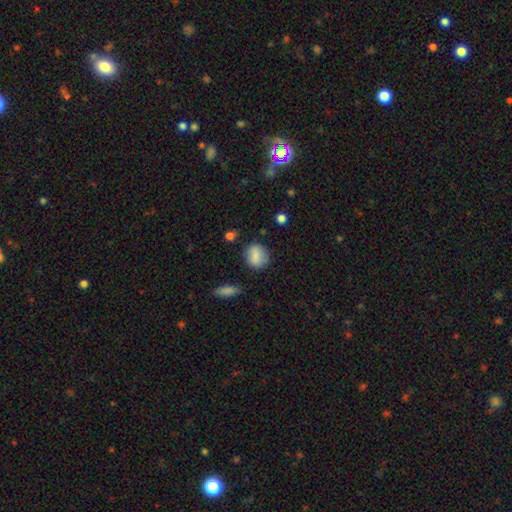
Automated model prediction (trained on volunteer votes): A smooth galaxy with no disk features (82%) that is round (61%). Merging: none (76%).